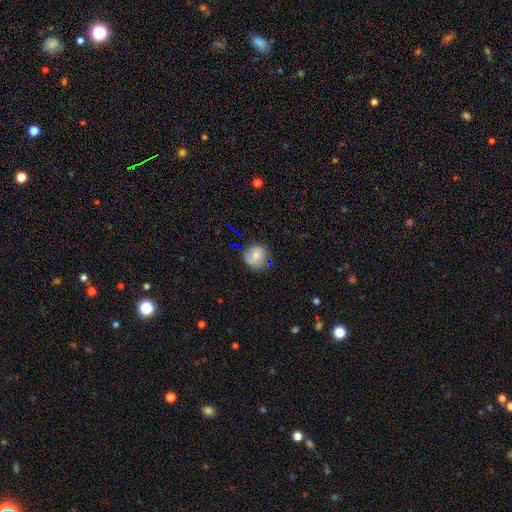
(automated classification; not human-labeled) smooth-or-featured: smooth: 54% | featured or disk: 31% | star or artifact: 14%
  how-rounded: round: 86% | in between: 13% | cigar-shaped: 1%
  merging: none: 73% | minor disturbance: 19% | major disturbance: 6% | merger: 2%